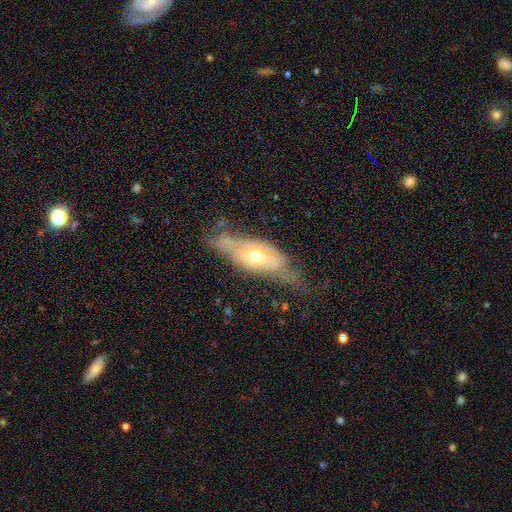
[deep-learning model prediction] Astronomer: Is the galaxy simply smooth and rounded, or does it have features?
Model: featured or disk — 60%.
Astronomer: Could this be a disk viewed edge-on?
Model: no — 57% (runner-up: yes, 43%).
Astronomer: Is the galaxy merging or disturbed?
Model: none — 42% (runner-up: minor disturbance, 32%).